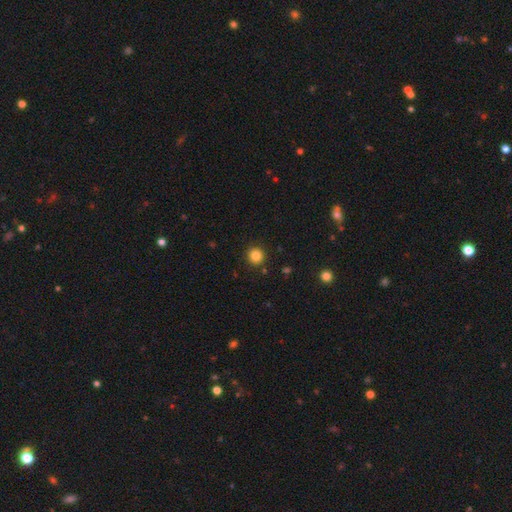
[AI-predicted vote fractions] A smooth galaxy with no disk features (84%) that is round (94%).

Vote fractions:
- Smooth or featured? smooth: 84% / star or artifact: 12% / featured or disk: 4%
- How rounded? round: 94% / in between: 5% / cigar-shaped: 1%
- Merging? none: 91% / minor disturbance: 6% / major disturbance: 2% / merger: 2%